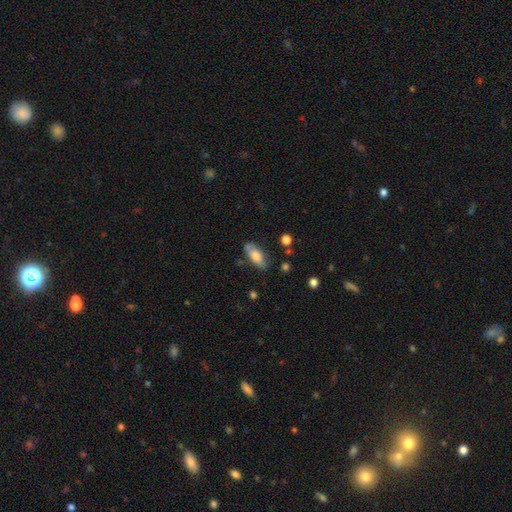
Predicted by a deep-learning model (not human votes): Q: Smooth or featured?
A: smooth (70%); runner-up: featured or disk (24%)
Q: How rounded?
A: in between (80%); runner-up: cigar-shaped (18%)
Q: Merging?
A: none (71%); runner-up: minor disturbance (21%)